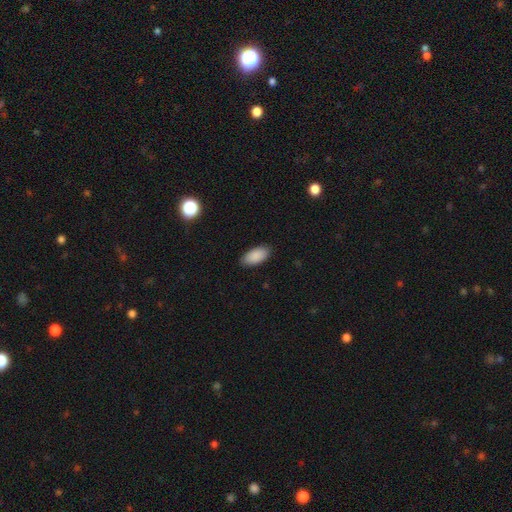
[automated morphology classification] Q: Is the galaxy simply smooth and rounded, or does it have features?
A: smooth — 89%.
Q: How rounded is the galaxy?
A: in between — 93%.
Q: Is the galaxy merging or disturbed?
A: none — 87%.